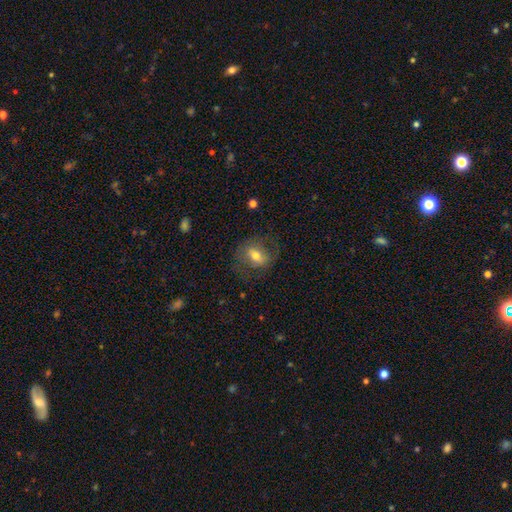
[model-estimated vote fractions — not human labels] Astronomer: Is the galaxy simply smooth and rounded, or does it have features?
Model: smooth — 49% (runner-up: featured or disk, 42%).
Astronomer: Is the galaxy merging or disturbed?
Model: none — 65%.